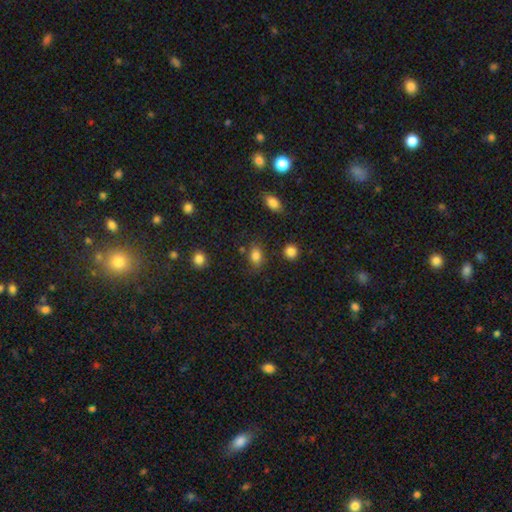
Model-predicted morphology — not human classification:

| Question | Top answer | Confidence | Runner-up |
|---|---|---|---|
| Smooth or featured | smooth | 83% | star or artifact (11%) |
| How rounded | in between | 75% | round (23%) |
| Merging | none | 73% | minor disturbance (17%) |